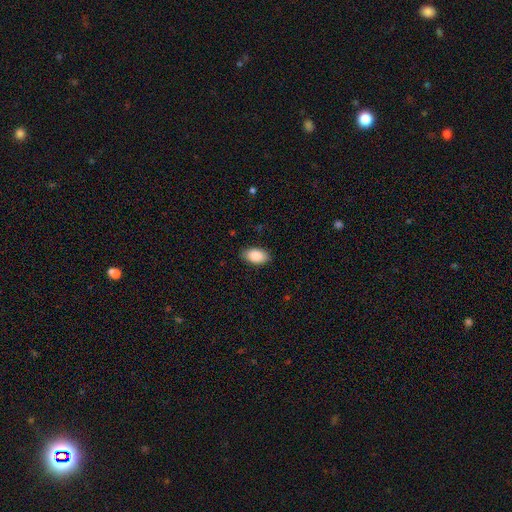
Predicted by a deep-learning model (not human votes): A smooth galaxy with no disk features (88%) that is in between round and cigar-shaped (94%). Merging: none (87%).